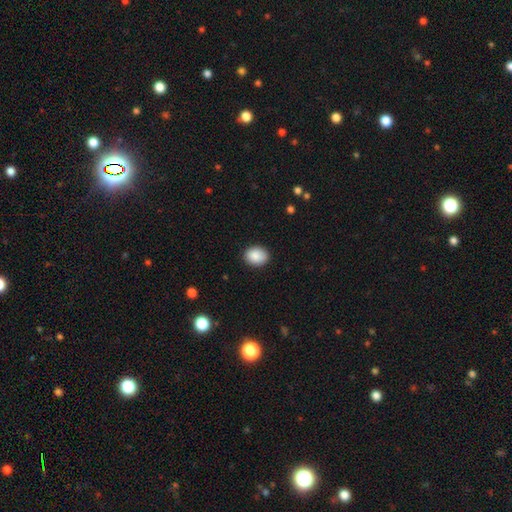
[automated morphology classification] smooth-or-featured: smooth: 89% | star or artifact: 7% | featured or disk: 4%
  how-rounded: in between: 58% | round: 41% | cigar-shaped: 1%
  merging: none: 89% | minor disturbance: 8% | major disturbance: 2% | merger: 1%